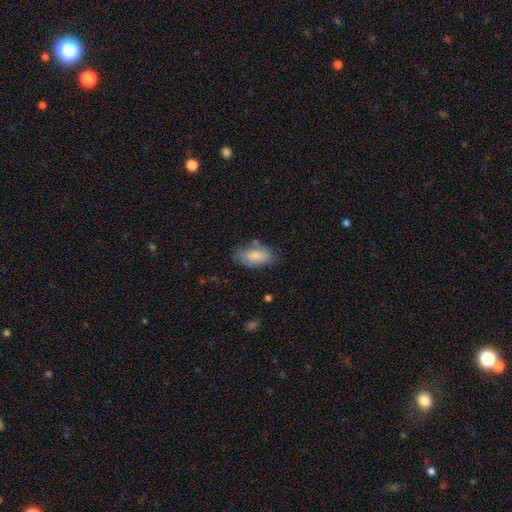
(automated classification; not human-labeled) Smooth or featured?
  - smooth: 85% *
  - featured or disk: 8%
  - star or artifact: 6%
How rounded?
  - in between: 92% *
  - cigar-shaped: 5%
  - round: 3%
Merging?
  - none: 71% *
  - minor disturbance: 20%
  - major disturbance: 5%
  - merger: 5%